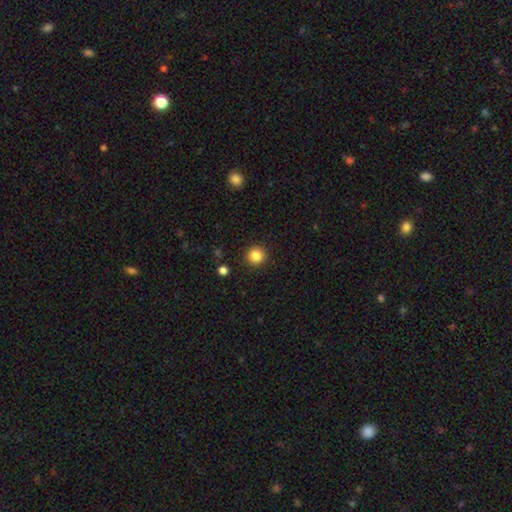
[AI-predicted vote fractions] smooth-or-featured: smooth: 85% | star or artifact: 11% | featured or disk: 4%
  how-rounded: round: 94% | in between: 5% | cigar-shaped: 1%
  merging: none: 91% | minor disturbance: 5% | major disturbance: 2% | merger: 1%